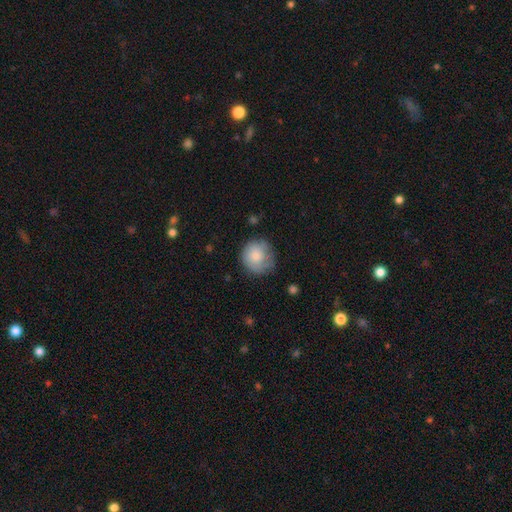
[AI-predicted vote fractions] A smooth galaxy with no disk features (77%) that is round (90%).

Vote fractions:
- Smooth or featured? smooth: 77% / featured or disk: 16% / star or artifact: 7%
- How rounded? round: 90% / in between: 9% / cigar-shaped: 1%
- Merging? none: 66% / minor disturbance: 24% / major disturbance: 8% / merger: 2%